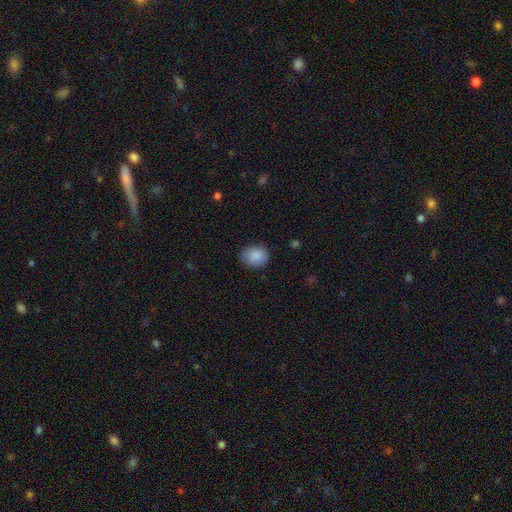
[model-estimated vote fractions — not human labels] Q: Smooth or featured?
A: smooth (87%); runner-up: star or artifact (7%)
Q: How rounded?
A: round (59%); runner-up: in between (40%)
Q: Merging?
A: none (81%); runner-up: minor disturbance (15%)